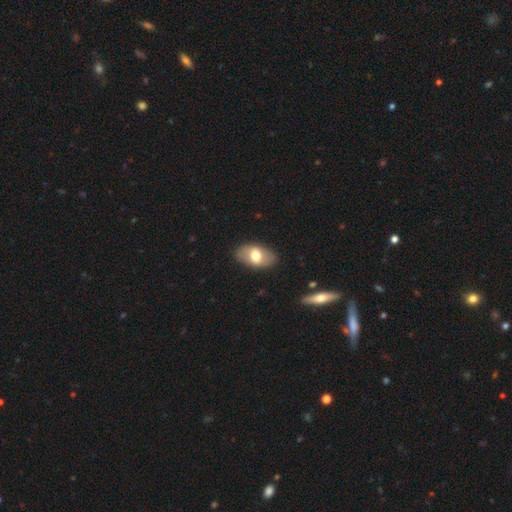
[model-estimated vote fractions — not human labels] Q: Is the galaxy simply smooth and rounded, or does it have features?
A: smooth — 64%.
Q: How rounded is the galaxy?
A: in between — 90%.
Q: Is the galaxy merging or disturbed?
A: none — 85%.